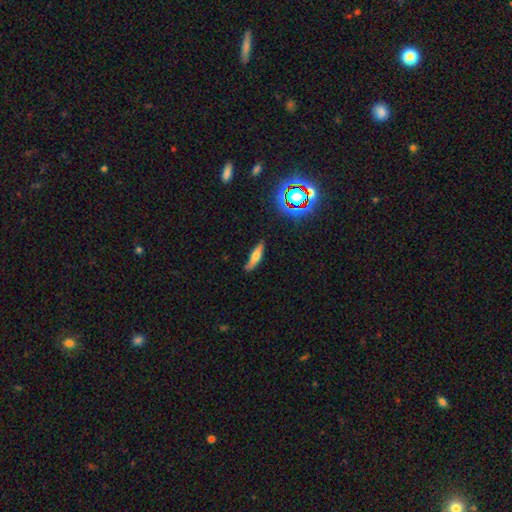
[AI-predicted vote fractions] Morphology: type=smooth (57%); roundness=cigar-shaped (70%); merging=none (77%).